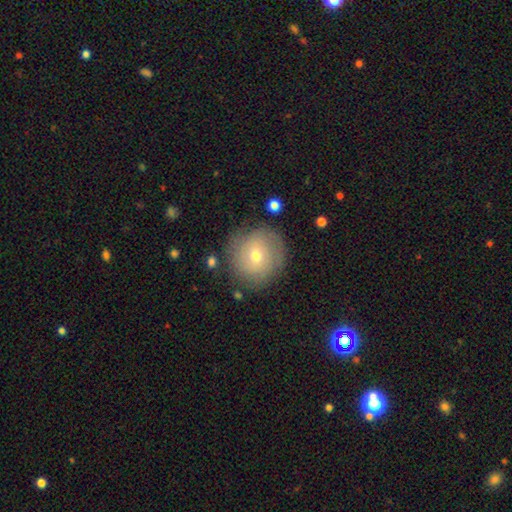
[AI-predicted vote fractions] Overall: smooth (54%; featured or disk 36%). How rounded: round (91%). Merging: none (79%).